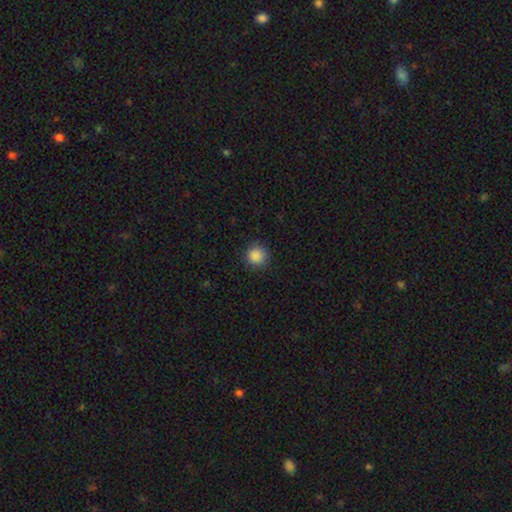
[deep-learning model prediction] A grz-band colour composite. It shows a smooth galaxy with no disk features (88%) that is round (94%). Merging: none (90%).